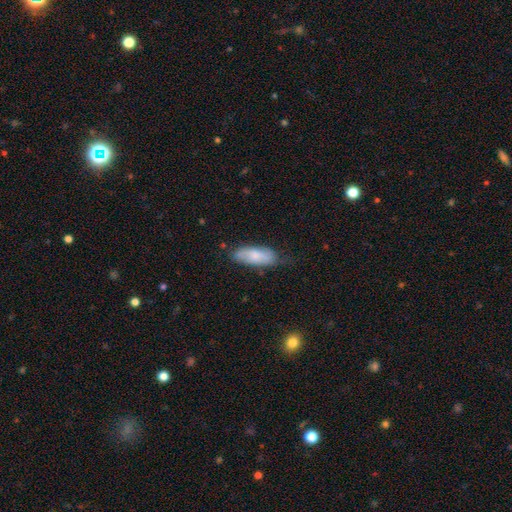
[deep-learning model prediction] This is likely a smooth galaxy (75%). How rounded: likely in between (76%). Merging: likely none (66%).